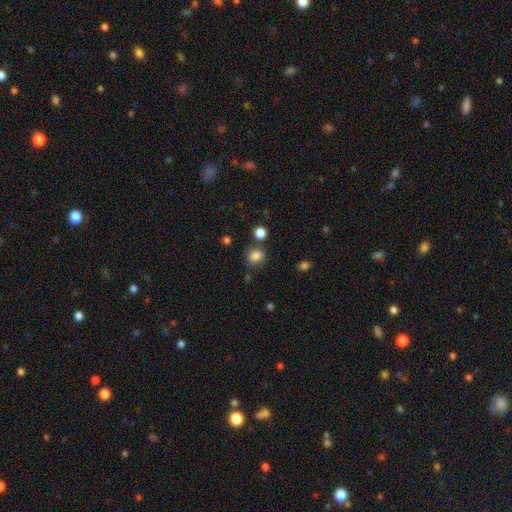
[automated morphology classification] Q: Smooth or featured?
A: smooth (83%); runner-up: star or artifact (12%)
Q: How rounded?
A: round (72%); runner-up: in between (27%)
Q: Merging?
A: none (75%); runner-up: minor disturbance (13%)